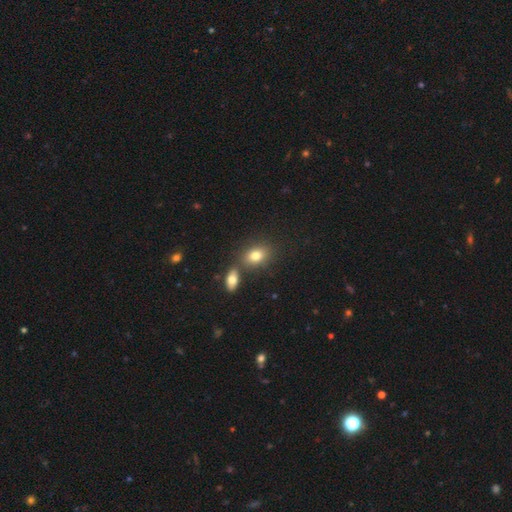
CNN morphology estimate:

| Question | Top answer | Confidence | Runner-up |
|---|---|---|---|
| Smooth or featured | smooth | 79% | featured or disk (12%) |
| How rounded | in between | 76% | round (22%) |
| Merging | none | 63% | merger (22%) |